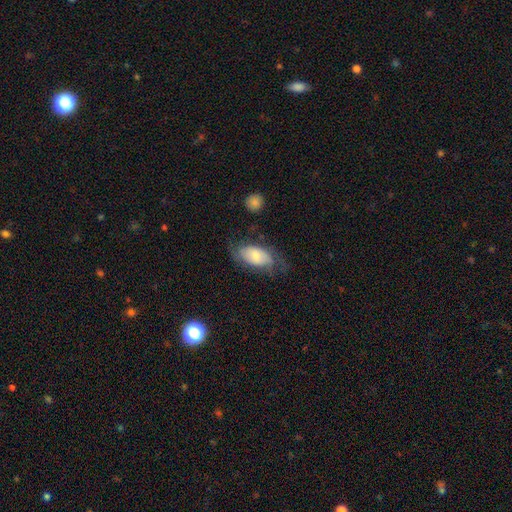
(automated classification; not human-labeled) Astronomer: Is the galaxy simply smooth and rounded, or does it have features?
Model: smooth — 52% (runner-up: featured or disk, 41%).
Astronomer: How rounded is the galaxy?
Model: in between — 92%.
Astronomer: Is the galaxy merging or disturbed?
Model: none — 53%.